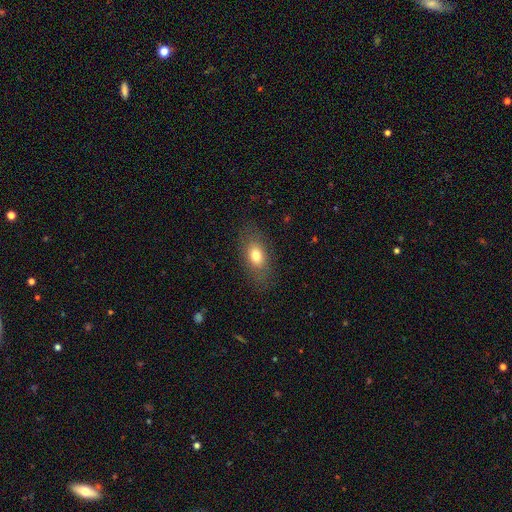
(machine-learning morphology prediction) Overall: smooth (74%). How rounded: in between (83%). Merging: none (82%).